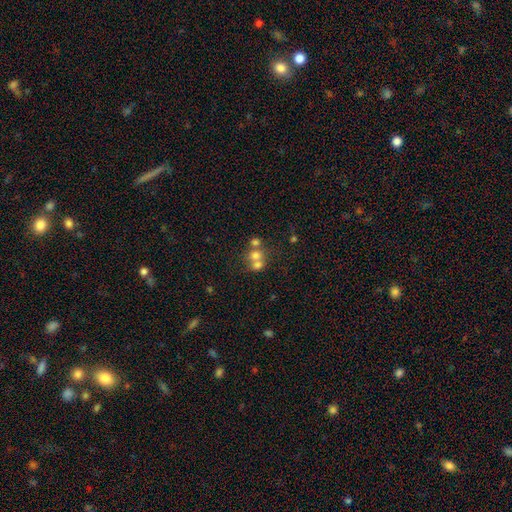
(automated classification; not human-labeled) smooth-or-featured: smooth: 65% | featured or disk: 20% | star or artifact: 15%
  how-rounded: round: 74% | in between: 25% | cigar-shaped: 1%
  merging: merger: 57% | none: 33% | minor disturbance: 6% | major disturbance: 4%